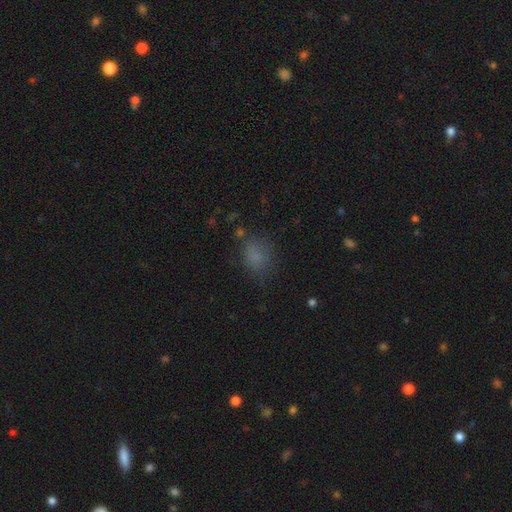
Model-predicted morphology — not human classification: The model was most divided on "how rounded": in between: 55%, round: 43%, cigar-shaped: 2%. More confident: smooth or featured — smooth (74%); merging — none (66%).